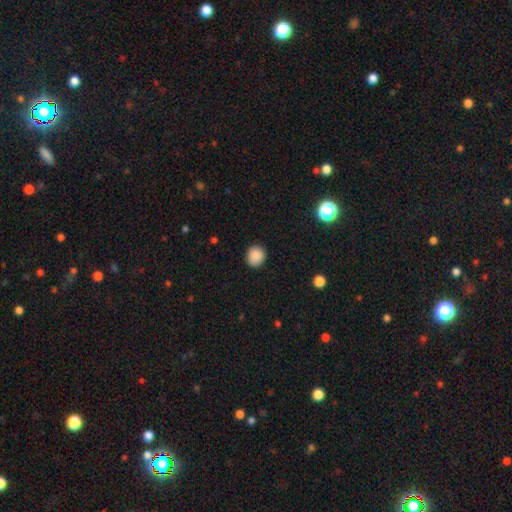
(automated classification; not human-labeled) A smooth galaxy with no disk features (88%) that is round (85%).

Vote fractions:
- Smooth or featured? smooth: 88% / star or artifact: 9% / featured or disk: 3%
- How rounded? round: 85% / in between: 14% / cigar-shaped: 1%
- Merging? none: 90% / minor disturbance: 7% / major disturbance: 2% / merger: 1%